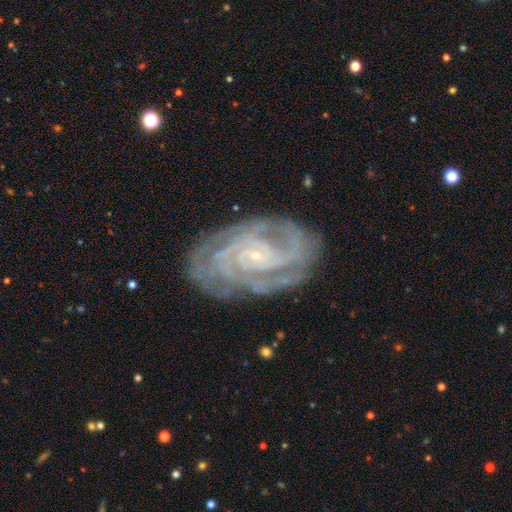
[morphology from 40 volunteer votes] Smooth or featured? featured or disk (92%)
Edge-on disk? no (100%)
Bar? no (70%)
Spiral arms? yes (97%)
Spiral winding? tight (83%)
Spiral arm count? 2 (78%)
Bulge size? small (86%)
Merging? none (79%)